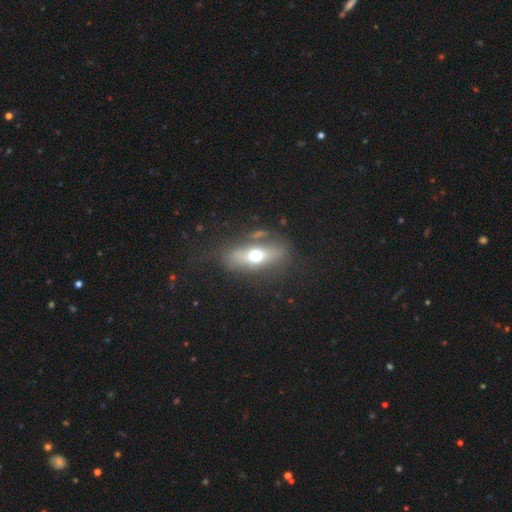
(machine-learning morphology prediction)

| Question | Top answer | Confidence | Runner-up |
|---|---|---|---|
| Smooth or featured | smooth | 47% | featured or disk (43%) |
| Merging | none | 66% | minor disturbance (17%) |